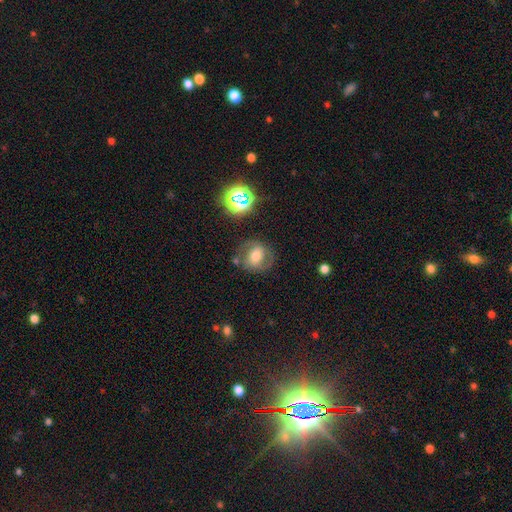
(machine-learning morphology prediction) A featured or disk galaxy (43%).

Vote fractions:
- Smooth or featured? featured or disk: 43% / smooth: 42% / star or artifact: 14%
- Merging? none: 69% / minor disturbance: 17% / major disturbance: 9% / merger: 4%